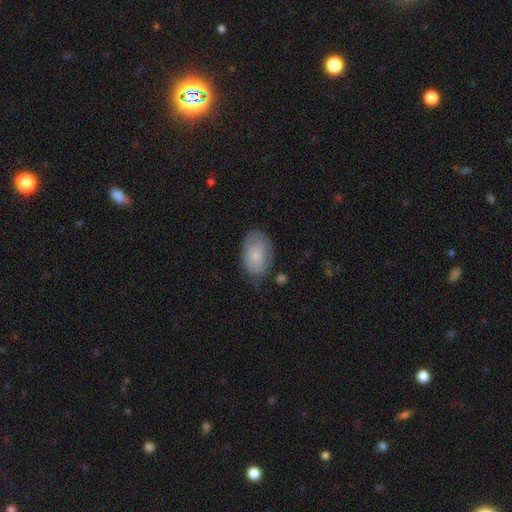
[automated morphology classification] Smooth or featured? Predicted: smooth (p=0.74). How rounded? Predicted: in between (p=0.89). Merging? Predicted: none (p=0.63).